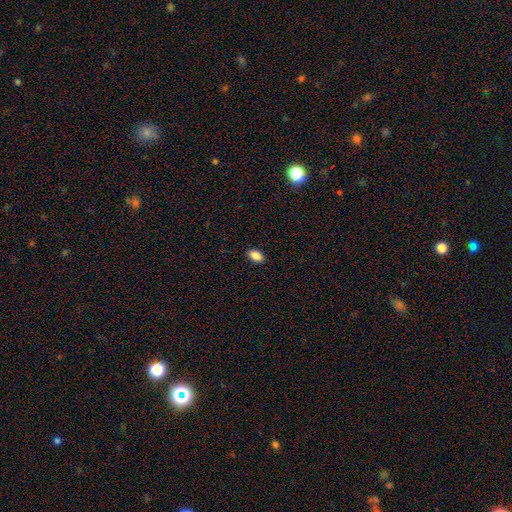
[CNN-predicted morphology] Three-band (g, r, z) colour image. It shows a smooth galaxy with no disk features (88%) that is in between round and cigar-shaped (90%). Merging: none (90%).